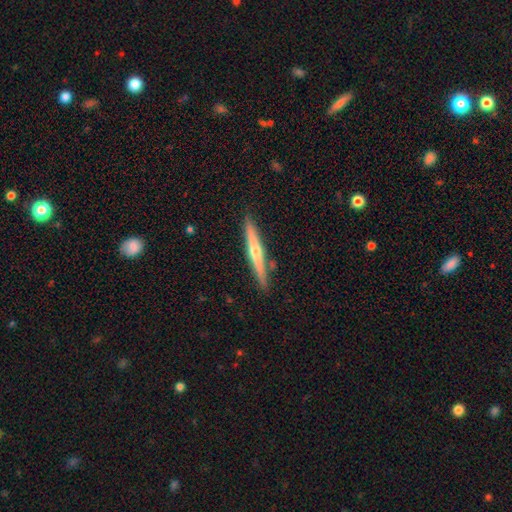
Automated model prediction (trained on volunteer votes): smooth_or_featured: featured or disk (p=0.64) [alt: smooth p=0.30]
disk_edge_on: yes (p=0.97) [alt: no p=0.03]
edge_on_bulge: rounded (p=0.82) [alt: none p=0.14]
merging: none (p=0.88) [alt: minor disturbance p=0.08]